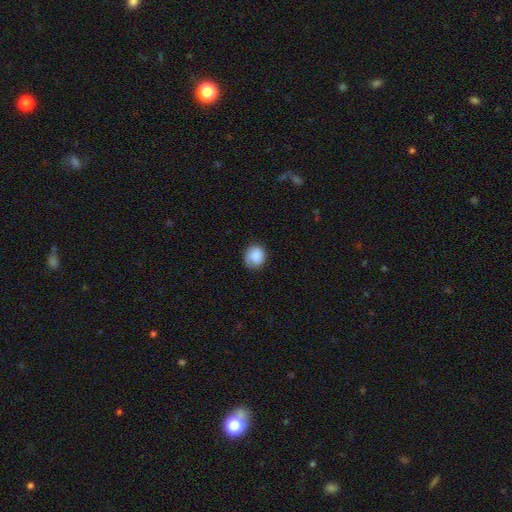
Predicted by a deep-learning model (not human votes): A smooth galaxy with no disk features (78%) that is round (79%).

Vote fractions:
- Smooth or featured? smooth: 78% / featured or disk: 15% / star or artifact: 8%
- How rounded? round: 79% / in between: 20% / cigar-shaped: 1%
- Merging? none: 70% / minor disturbance: 23% / major disturbance: 6% / merger: 1%